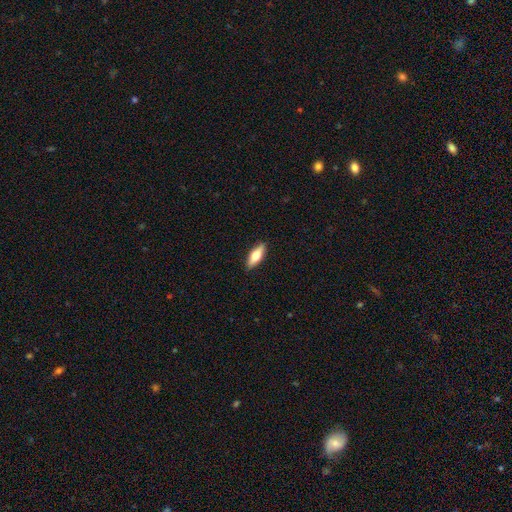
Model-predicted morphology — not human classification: This appears to be a smooth galaxy with no disk features (61%) that is in between round and cigar-shaped (60%). Merging: none (90%).